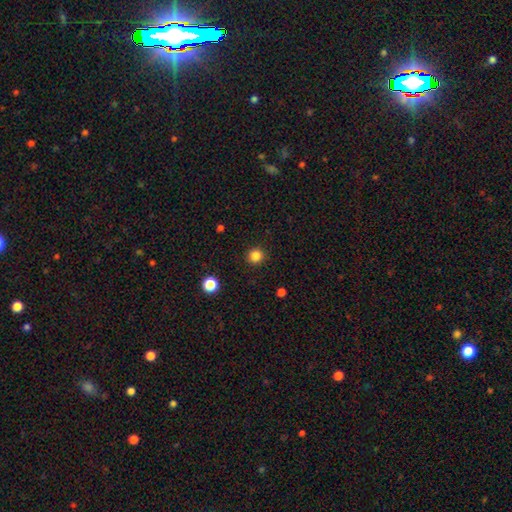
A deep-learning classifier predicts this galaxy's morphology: Overall: smooth (84%). How rounded: round (94%). Merging: none (92%).